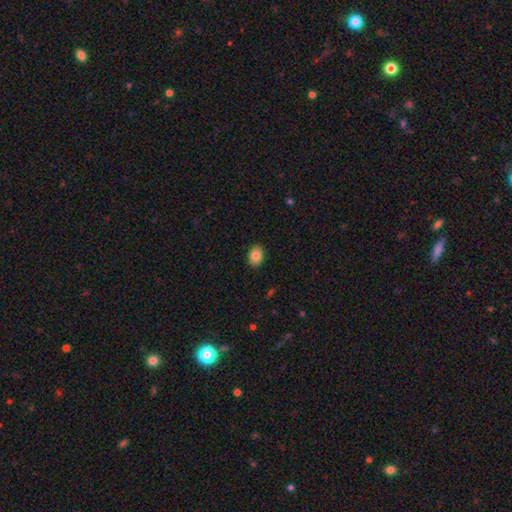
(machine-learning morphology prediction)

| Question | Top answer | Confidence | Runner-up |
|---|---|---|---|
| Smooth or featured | smooth | 85% | star or artifact (8%) |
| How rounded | in between | 77% | round (22%) |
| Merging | none | 89% | minor disturbance (8%) |